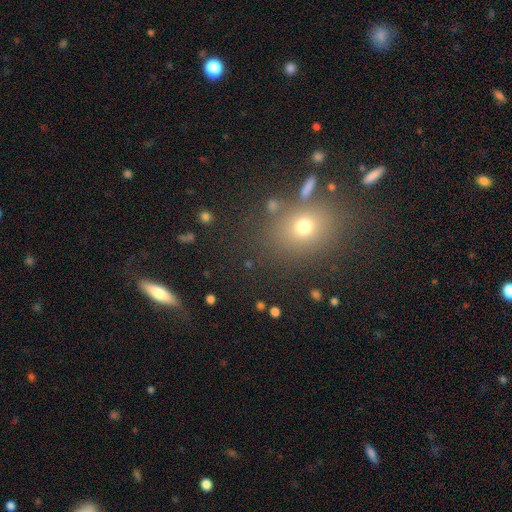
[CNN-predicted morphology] The model was most divided on "how rounded": round: 54%, in between: 43%, cigar-shaped: 3%. More confident: merging — none (82%); smooth or featured — smooth (57%).